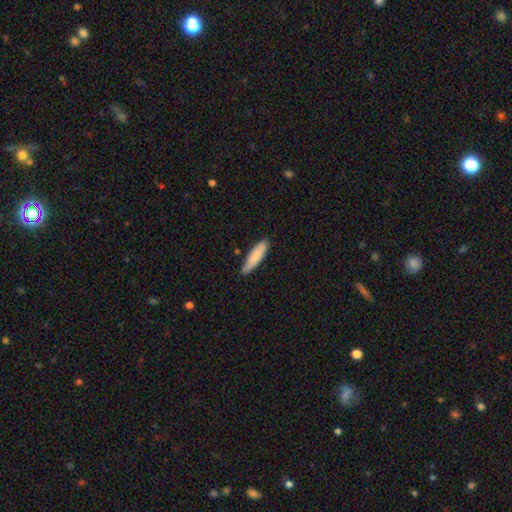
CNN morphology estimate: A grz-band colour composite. It shows a smooth galaxy with no disk features (85%) that is cigar-shaped (69%). Merging: none (81%).